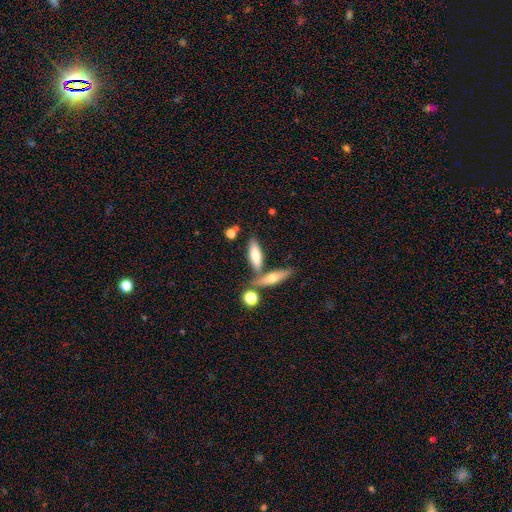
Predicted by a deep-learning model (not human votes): Morphology: type=smooth (64%); roundness=cigar-shaped (50%); merging=none (54%).